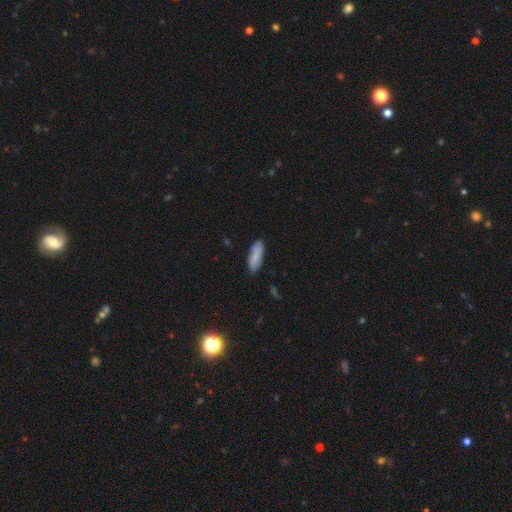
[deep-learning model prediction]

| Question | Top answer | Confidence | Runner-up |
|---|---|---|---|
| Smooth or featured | smooth | 81% | featured or disk (13%) |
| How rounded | in between | 68% | cigar-shaped (31%) |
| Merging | none | 84% | minor disturbance (13%) |